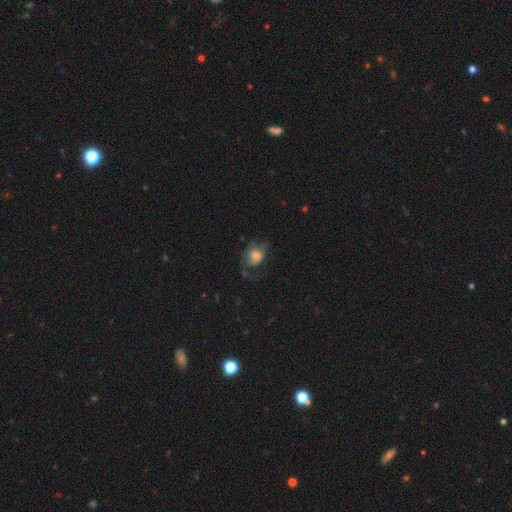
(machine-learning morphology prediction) A smooth galaxy with no disk features (55%) that is in between round and cigar-shaped (55%).

Vote fractions:
- Smooth or featured? smooth: 55% / featured or disk: 36% / star or artifact: 10%
- How rounded? in between: 55% / round: 44% / cigar-shaped: 1%
- Merging? major disturbance: 41% / none: 35% / minor disturbance: 22% / merger: 3%